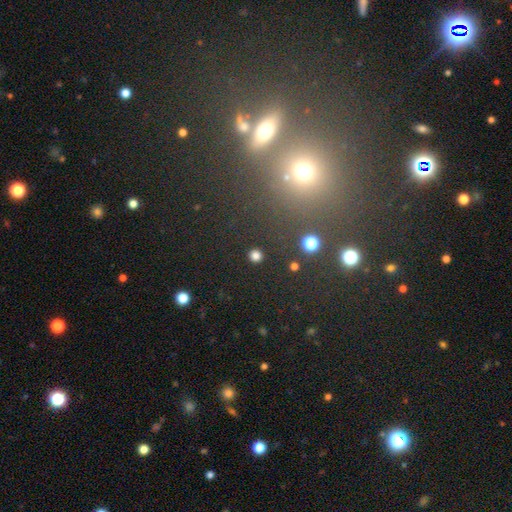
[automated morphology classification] Overall: smooth (80%). How rounded: round (91%). Merging: none (91%).